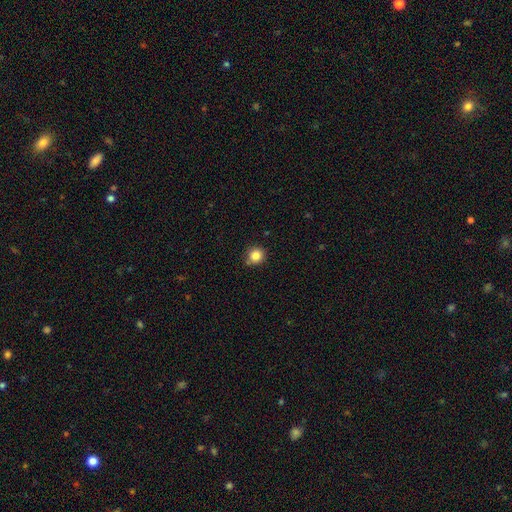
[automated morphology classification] This appears to be a smooth galaxy with no disk features (84%) that is round (89%). Merging: none (81%).